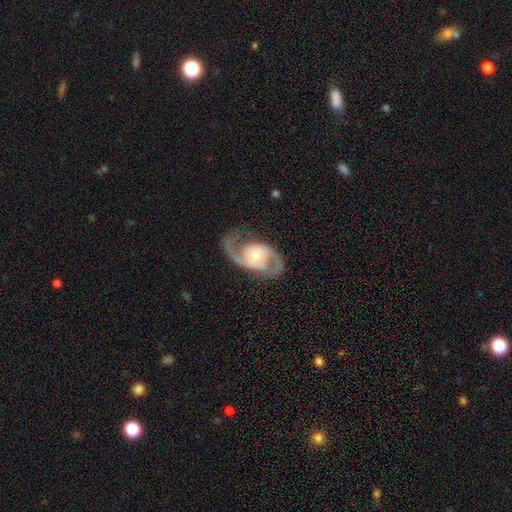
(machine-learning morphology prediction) smooth-or-featured: featured or disk: 90% | smooth: 6% | star or artifact: 4%
  disk-edge-on: no: 97% | yes: 3%
    bar: no: 59% | weak: 30% | strong: 10%
    has-spiral-arms: yes: 96% | no: 4%
      spiral-winding: medium: 55% | loose: 26% | tight: 19%
      spiral-arm-count: 2: 92% | 1: 3% | can't tell: 2% | 3: 1% | 4: 1% | more than 4: 1%
    bulge-size: moderate: 63% | small: 28% | large: 7% | dominant: 1% | none: 1%
  merging: none: 76% | minor disturbance: 14% | major disturbance: 9% | merger: 1%